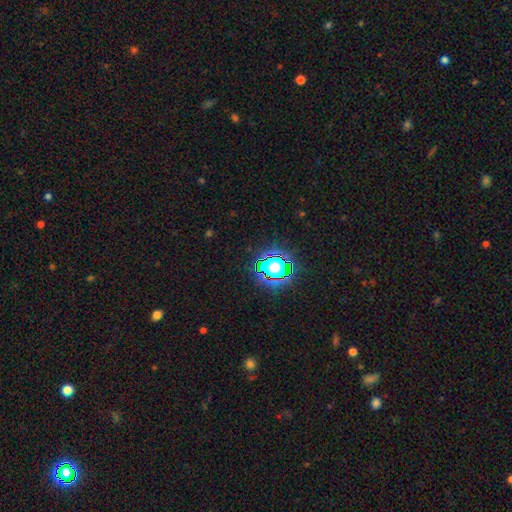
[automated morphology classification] A star or artifact, not a galaxy (80%).